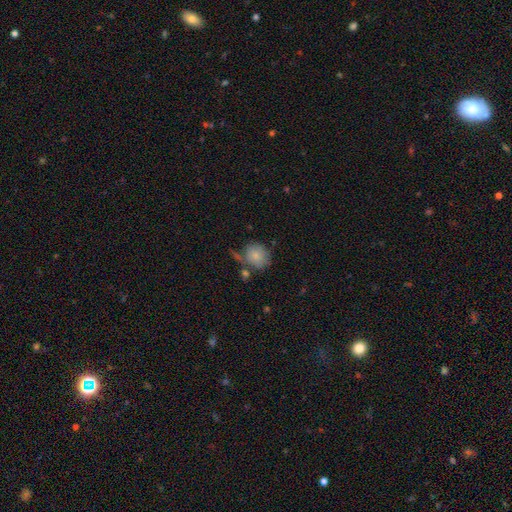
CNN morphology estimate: The model was most divided on "merging": none: 49%, minor disturbance: 24%, merger: 15%, major disturbance: 13%. More confident: smooth or featured — smooth (78%); how rounded — round (72%).